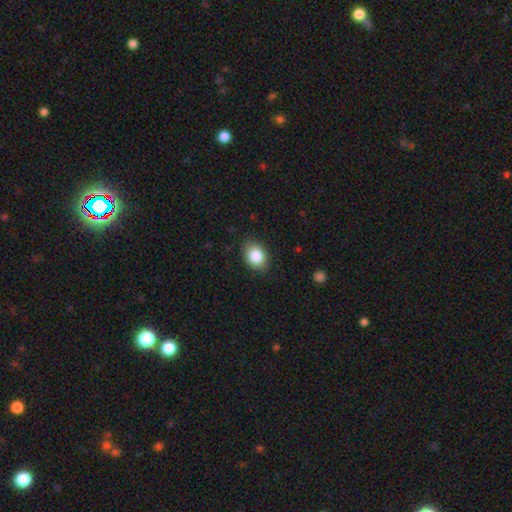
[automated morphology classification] type=smooth (86%); roundness=in between (69%); merging=none (85%).